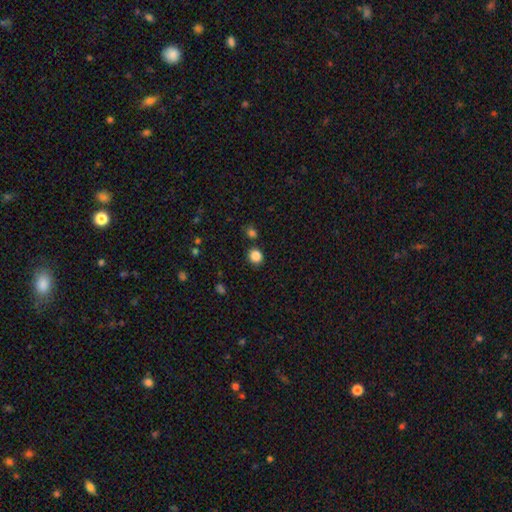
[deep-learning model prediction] Q: Smooth or featured?
A: smooth (85%); runner-up: star or artifact (11%)
Q: How rounded?
A: round (82%); runner-up: in between (17%)
Q: Merging?
A: none (84%); runner-up: minor disturbance (8%)